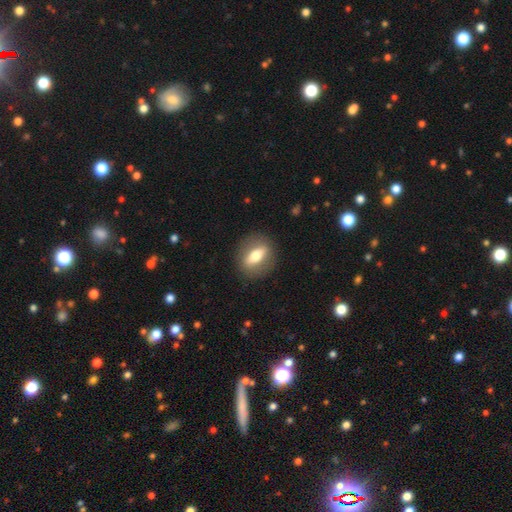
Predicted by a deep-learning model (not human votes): Overall: smooth (52%; featured or disk 41%). How rounded: in between (59%; round 29%). Merging: none (87%).